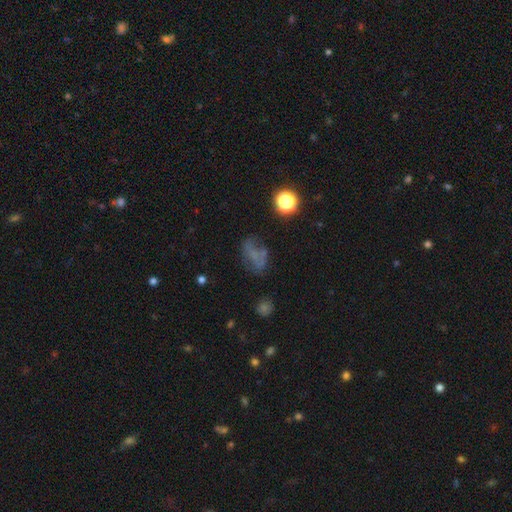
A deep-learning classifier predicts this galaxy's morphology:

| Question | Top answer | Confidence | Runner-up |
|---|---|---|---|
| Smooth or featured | smooth | 43% | featured or disk (32%) |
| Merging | none | 46% | major disturbance (23%) |